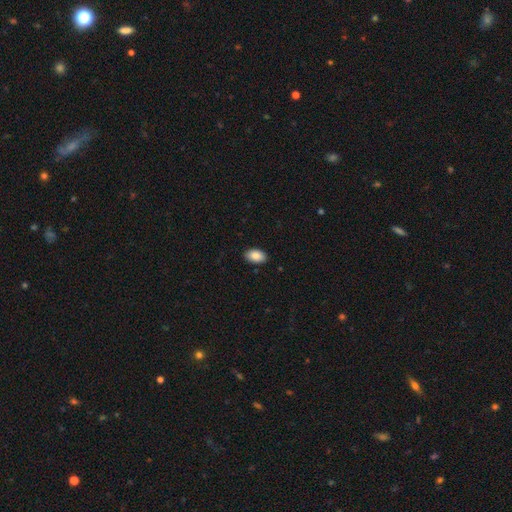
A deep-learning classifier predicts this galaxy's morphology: type=smooth (86%); roundness=in between (93%); merging=none (89%).